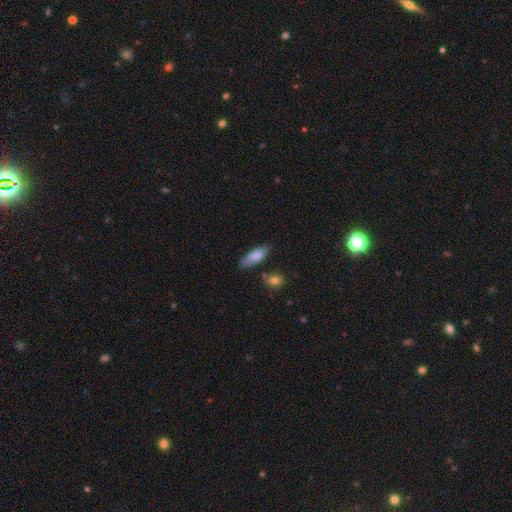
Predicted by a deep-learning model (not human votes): The model was most divided on "how rounded": in between: 64%, cigar-shaped: 34%, round: 2%. More confident: smooth or featured — smooth (82%); merging — none (70%).